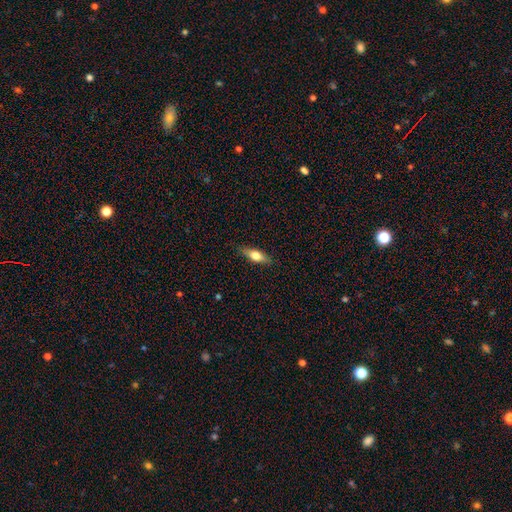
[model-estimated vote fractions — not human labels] Smooth or featured? smooth (62%)
How rounded? in between (53%)
Merging? none (84%)